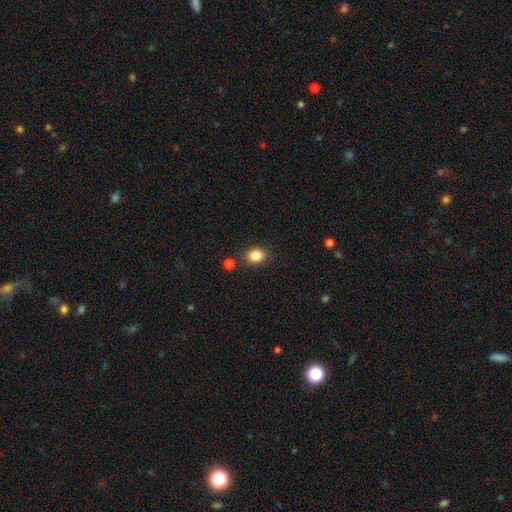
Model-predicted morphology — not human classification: Overall: smooth (85%). How rounded: round (63%; in between 36%). Merging: none (84%).